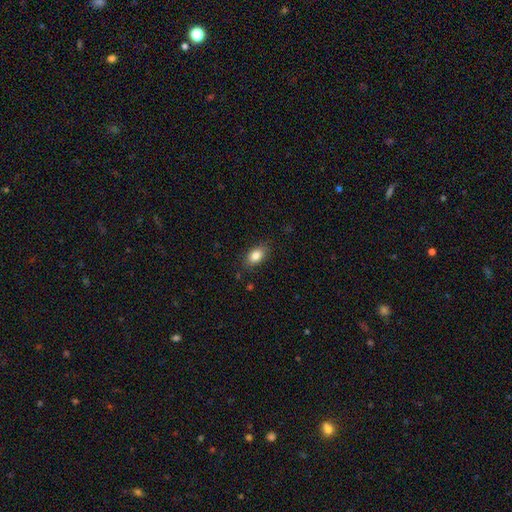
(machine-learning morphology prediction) Overall: smooth (84%). How rounded: in between (87%). Merging: none (82%).